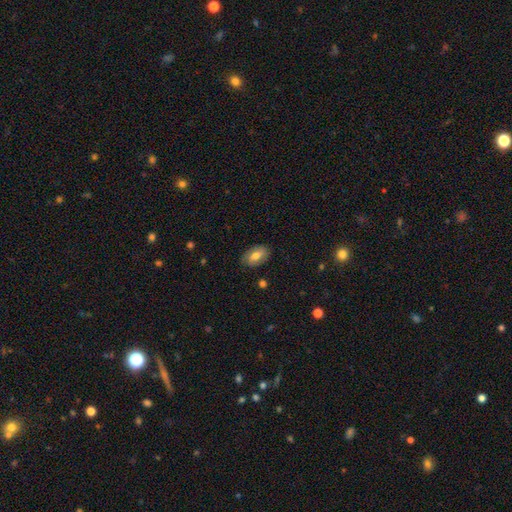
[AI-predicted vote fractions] smooth_or_featured: smooth (p=0.66) [alt: featured or disk p=0.27]
how_rounded: in between (p=0.91) [alt: round p=0.08]
merging: none (p=0.83) [alt: minor disturbance p=0.13]